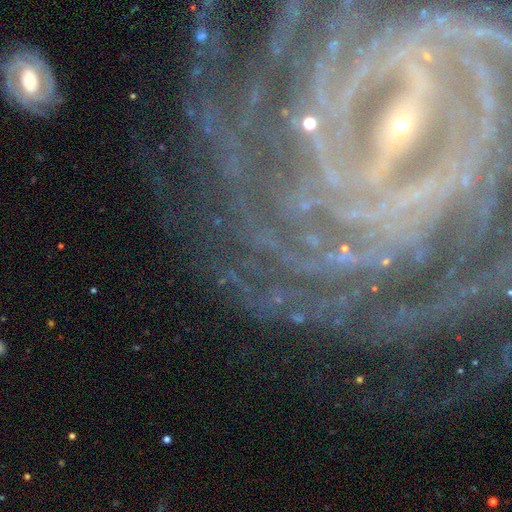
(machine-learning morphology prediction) Smooth or featured? Predicted: featured or disk (p=0.76). Edge-on disk? Predicted: no (p=0.94). Bar? Predicted: strong (p=0.42). Spiral arms? Predicted: yes (p=0.95). Spiral winding? Predicted: tight (p=0.75). Spiral arm count? Predicted: can't tell (p=0.24). Bulge size? Predicted: small (p=0.69). Merging? Predicted: none (p=0.74).